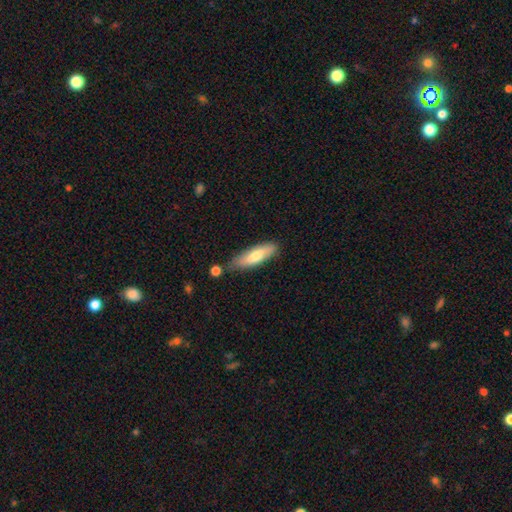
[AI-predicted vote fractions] This is likely a smooth galaxy (68%). How rounded: possibly cigar-shaped (60%). Merging: likely none (71%).